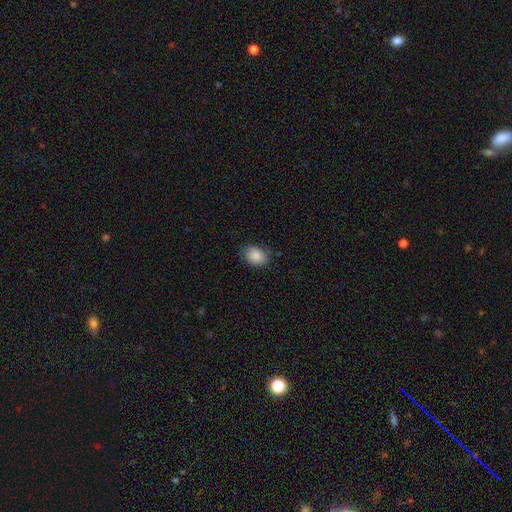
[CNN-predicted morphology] smooth-or-featured: smooth: 88% | star or artifact: 7% | featured or disk: 5%
  how-rounded: in between: 70% | round: 29% | cigar-shaped: 1%
  merging: none: 79% | minor disturbance: 16% | major disturbance: 3% | merger: 1%